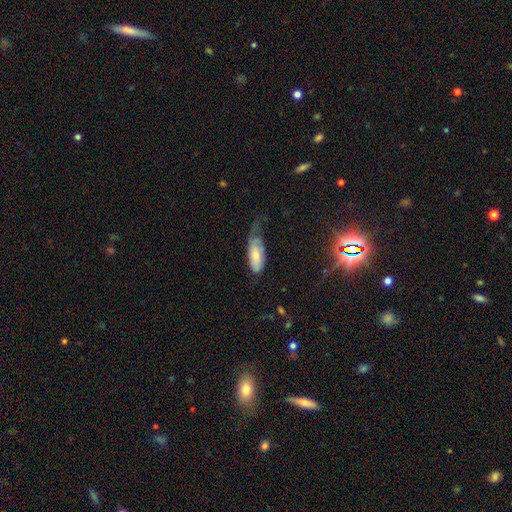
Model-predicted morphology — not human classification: Smooth or featured? smooth (58%)
How rounded? in between (83%)
Merging? minor disturbance (38%)